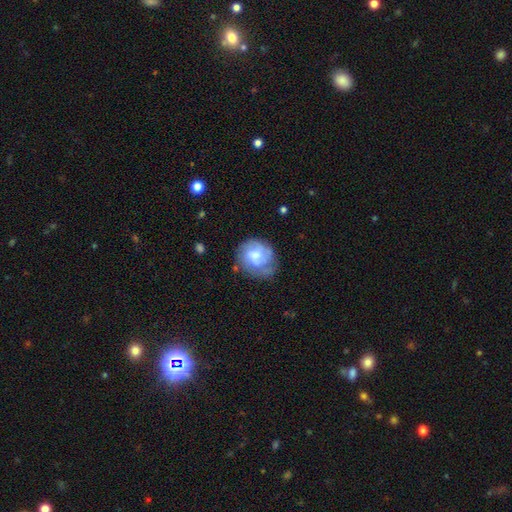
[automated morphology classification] type=featured or disk (52%); edge-on=no (98%); bar=no (70%); spiral arms=yes (78%); bulge=moderate (55%); merging=none (61%).